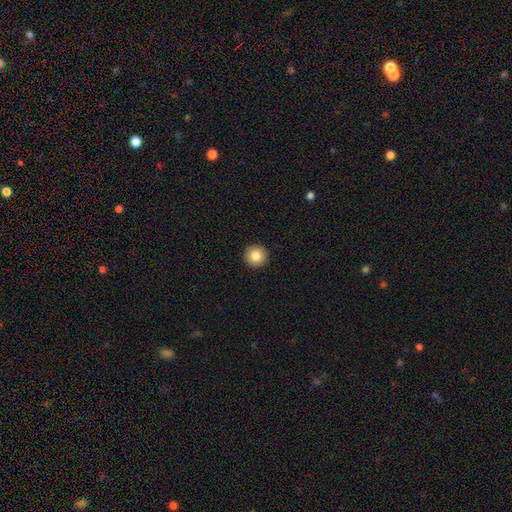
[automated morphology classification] smooth 83%, star or artifact 9%, featured or disk 8%. Down the decision tree: how rounded — round (96%); merging — none (93%).